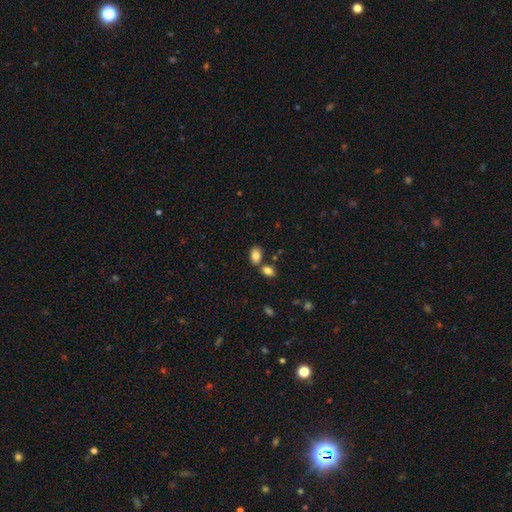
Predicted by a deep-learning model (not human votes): This is clearly a smooth galaxy (84%). How rounded: clearly in between (87%). Merging: possibly none (57%).